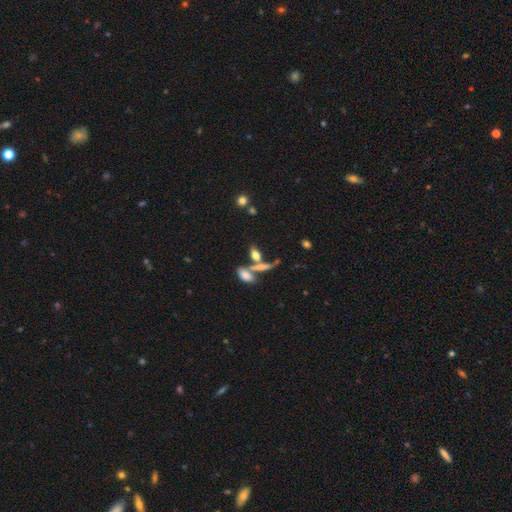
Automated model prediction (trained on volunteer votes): Smooth or featured: smooth — 62% (featured or disk — 25%)
How rounded: in between — 65% (cigar-shaped — 27%)
Merging: none — 42% (merger — 41%)